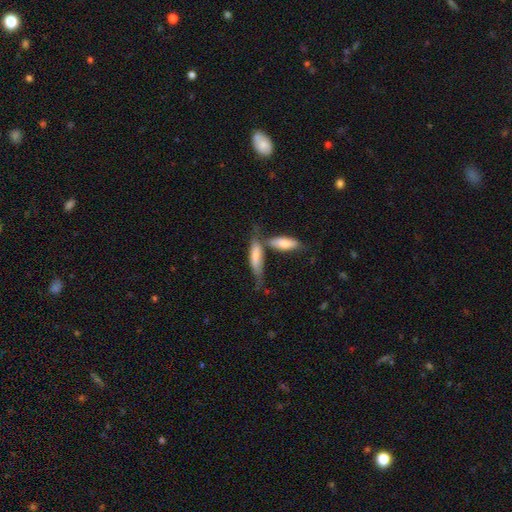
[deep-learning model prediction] Smooth or featured?
  - smooth: 66% *
  - featured or disk: 28%
  - star or artifact: 6%
How rounded?
  - cigar-shaped: 63% *
  - in between: 34%
  - round: 2%
Merging?
  - none: 38% *
  - merger: 37%
  - minor disturbance: 17%
  - major disturbance: 7%